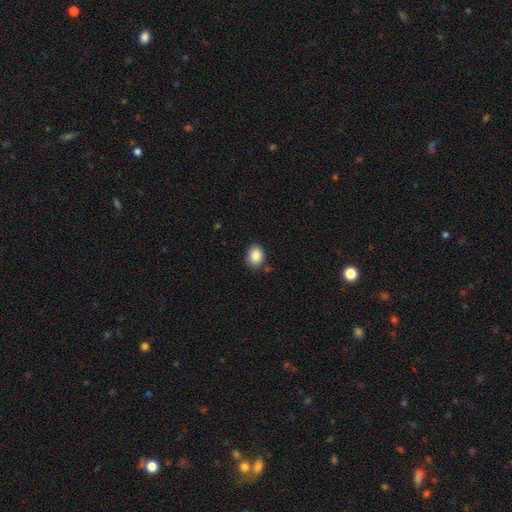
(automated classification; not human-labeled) This appears to be a smooth galaxy with no disk features (88%) that is in between round and cigar-shaped (58%). Merging: none (83%).